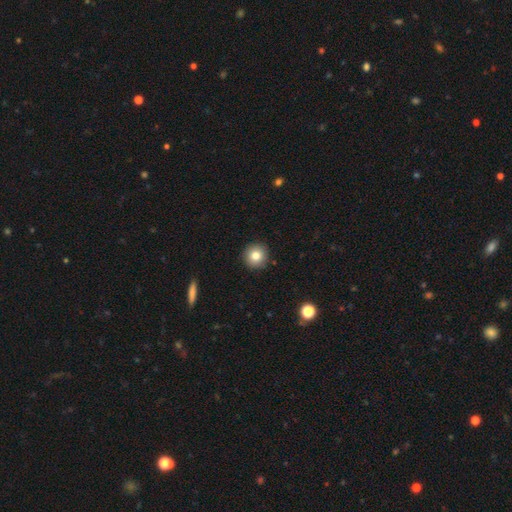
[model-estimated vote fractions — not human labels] Smooth or featured? Predicted: smooth (p=0.81). How rounded? Predicted: round (p=0.94). Merging? Predicted: none (p=0.91).